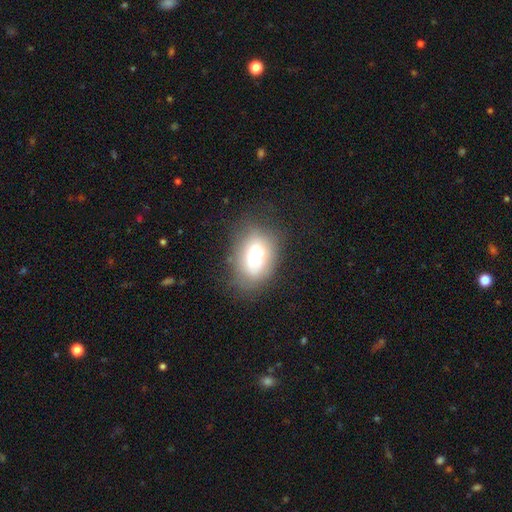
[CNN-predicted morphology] This is likely a smooth galaxy (65%). How rounded: likely in between (72%). Merging: likely none (69%).